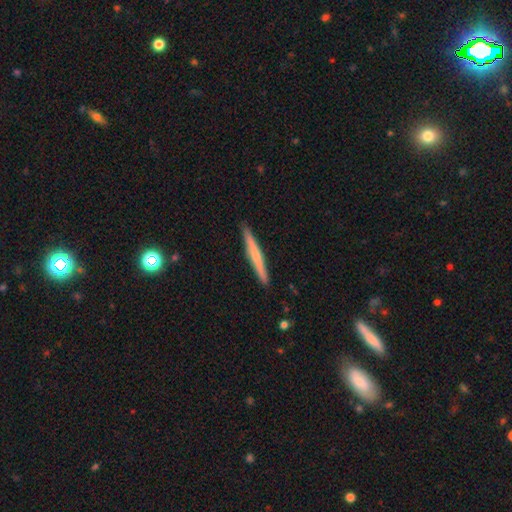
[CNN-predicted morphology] smooth_or_featured: featured or disk (p=0.49) [alt: smooth p=0.45]
merging: none (p=0.91) [alt: minor disturbance p=0.07]